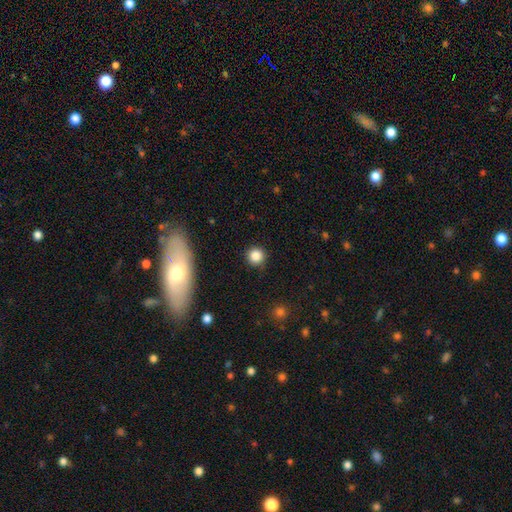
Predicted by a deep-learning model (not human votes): A smooth galaxy with no disk features (84%) that is round (94%). Merging: none (90%).